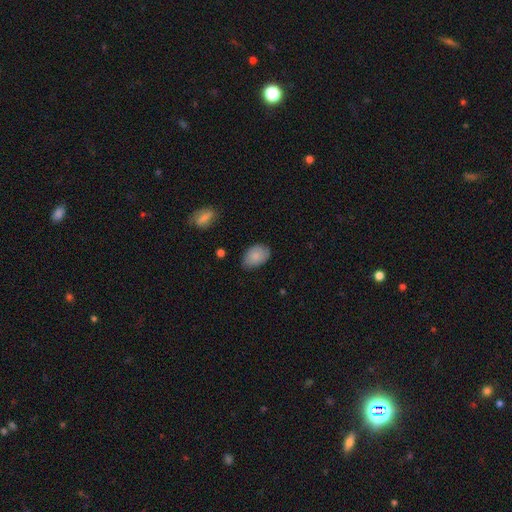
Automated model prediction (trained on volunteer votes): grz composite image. It shows a smooth galaxy with no disk features (84%) that is in between round and cigar-shaped (88%). Merging: none (70%).